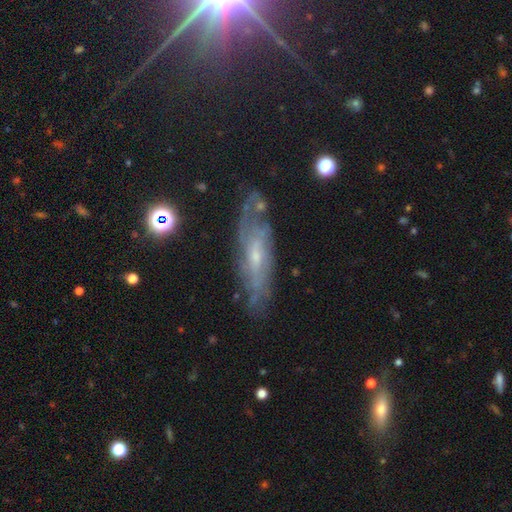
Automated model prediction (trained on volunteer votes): smooth_or_featured: featured or disk (p=0.69) [alt: smooth p=0.18]
disk_edge_on: no (p=0.69) [alt: yes p=0.31]
merging: none (p=0.74) [alt: minor disturbance p=0.18]